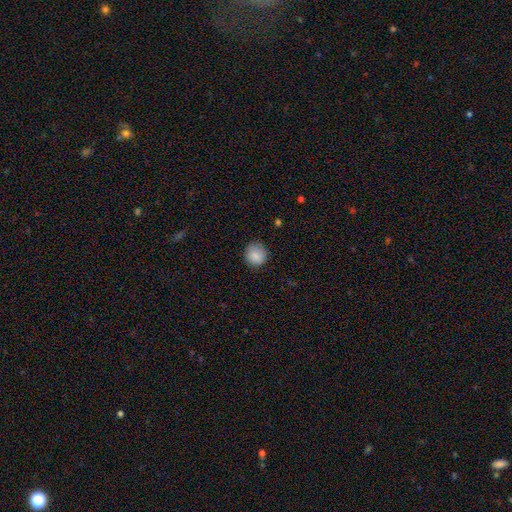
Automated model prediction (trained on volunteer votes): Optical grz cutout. It shows a smooth galaxy with no disk features (86%) that is round (91%). Merging: none (85%).